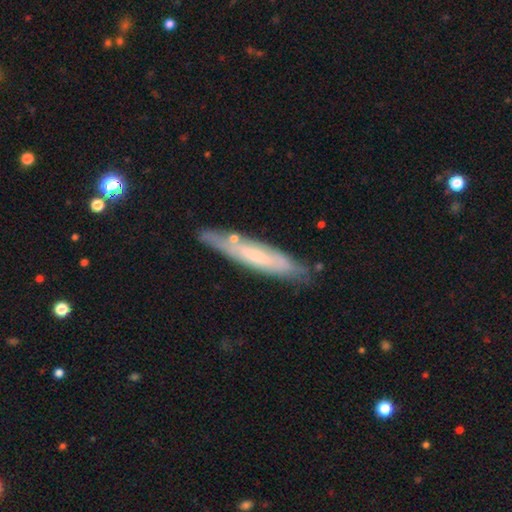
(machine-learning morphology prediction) Overall: featured or disk (51%; smooth 43%). Edge-on disk: yes (66%; no 34%). Merging: none (75%).